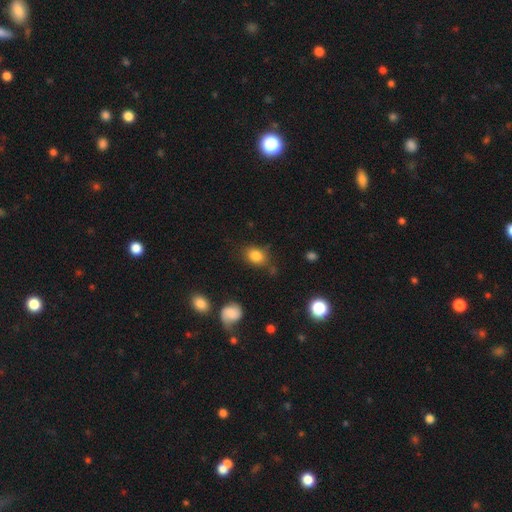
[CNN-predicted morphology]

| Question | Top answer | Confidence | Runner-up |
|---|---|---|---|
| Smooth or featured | smooth | 83% | star or artifact (9%) |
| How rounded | in between | 61% | round (37%) |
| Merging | none | 74% | minor disturbance (17%) |